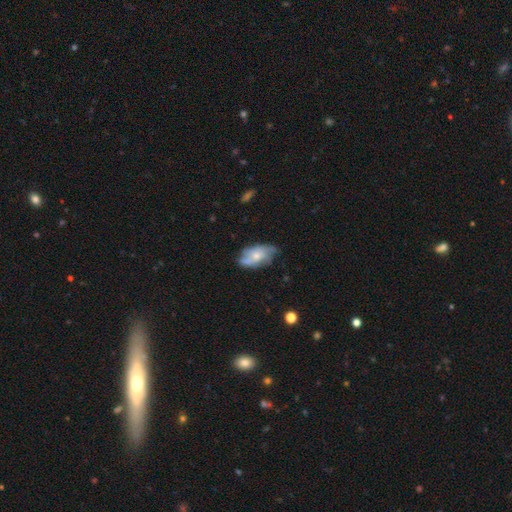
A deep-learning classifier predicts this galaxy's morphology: This is possibly a featured or disk galaxy (51%). It is clearly not viewed edge-on (93%). Merging: possibly none (55%).